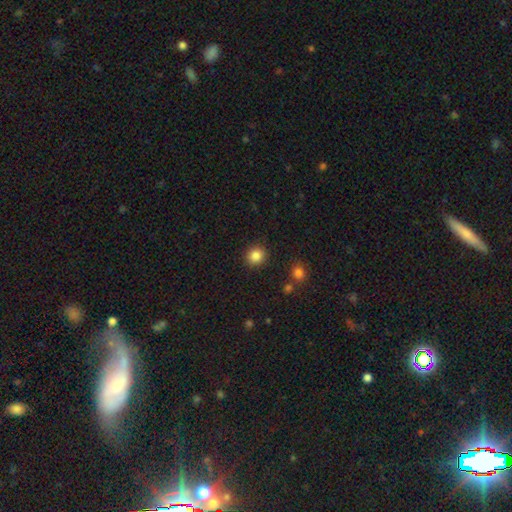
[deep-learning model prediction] A smooth galaxy with no disk features (86%) that is round (88%). Merging: none (90%).